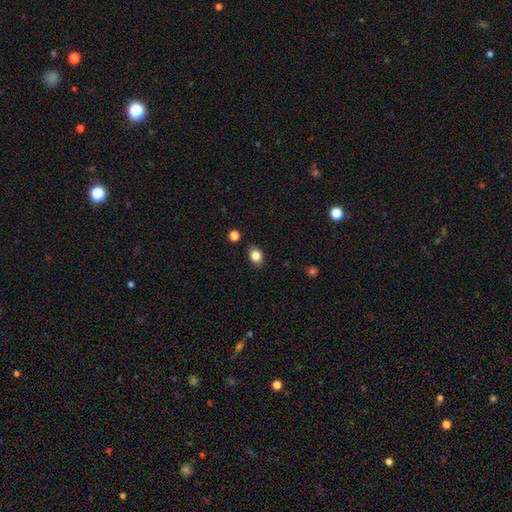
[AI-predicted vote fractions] Smooth or featured?
  - smooth: 84% *
  - star or artifact: 10%
  - featured or disk: 6%
How rounded?
  - in between: 60% *
  - round: 39%
  - cigar-shaped: 1%
Merging?
  - none: 87% *
  - minor disturbance: 9%
  - major disturbance: 2%
  - merger: 2%